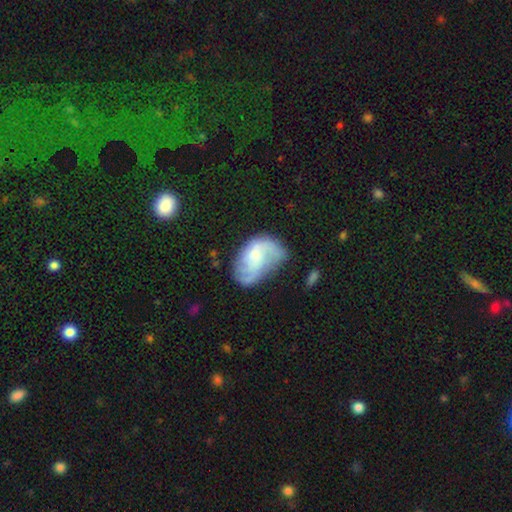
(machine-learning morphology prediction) smooth_or_featured: featured or disk (p=0.68) [alt: smooth p=0.25]
disk_edge_on: no (p=0.97) [alt: yes p=0.03]
bar: no (p=0.62) [alt: weak p=0.32]
has_spiral_arms: yes (p=0.86) [alt: no p=0.14]
spiral_winding: medium (p=0.42) [alt: loose p=0.35]
spiral_arm_count: 2 (p=0.48) [alt: can't tell p=0.23]
bulge_size: small (p=0.47) [alt: moderate p=0.30]
merging: none (p=0.43) [alt: minor disturbance p=0.30]